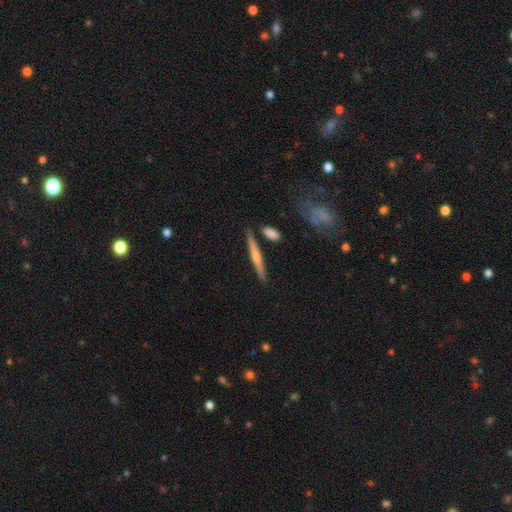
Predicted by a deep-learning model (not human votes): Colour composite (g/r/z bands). It shows a featured or disk galaxy (54%) viewed edge-on (95%) with a rounded central bulge (69%). Merging: none (85%).